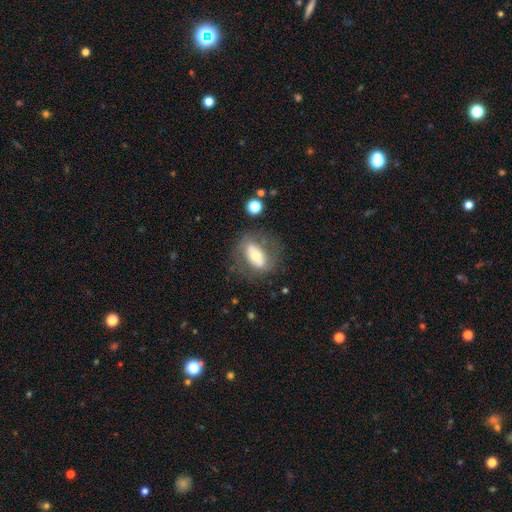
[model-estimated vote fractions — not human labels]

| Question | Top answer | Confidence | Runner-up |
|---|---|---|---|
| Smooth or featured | smooth | 48% | featured or disk (44%) |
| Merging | none | 64% | minor disturbance (19%) |